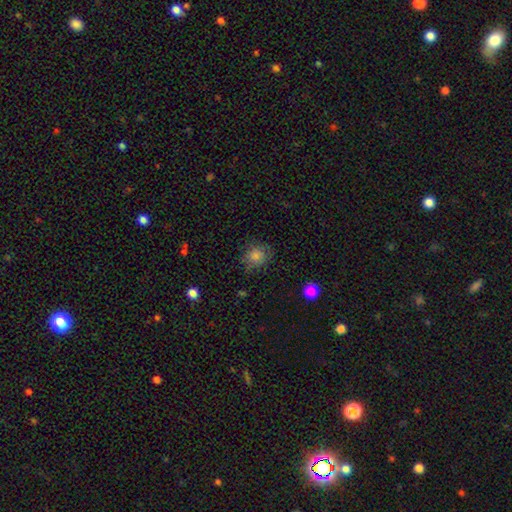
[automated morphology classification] smooth-or-featured: smooth: 82% | star or artifact: 12% | featured or disk: 6%
  how-rounded: round: 79% | in between: 20% | cigar-shaped: 1%
  merging: none: 78% | minor disturbance: 16% | major disturbance: 5% | merger: 1%